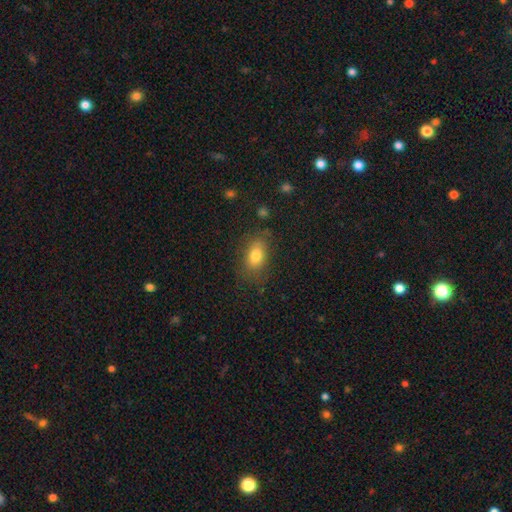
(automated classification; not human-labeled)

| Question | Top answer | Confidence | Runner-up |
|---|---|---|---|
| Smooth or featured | smooth | 78% | featured or disk (12%) |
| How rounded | in between | 82% | round (14%) |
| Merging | none | 75% | minor disturbance (17%) |